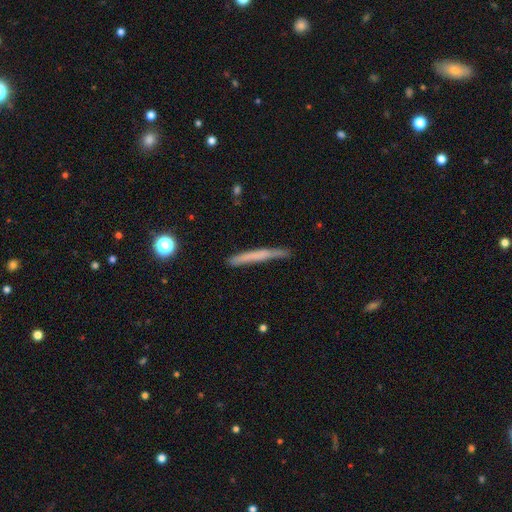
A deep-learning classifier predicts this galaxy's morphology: Q: Smooth or featured?
A: smooth (57%); runner-up: featured or disk (36%)
Q: How rounded?
A: cigar-shaped (96%); runner-up: in between (2%)
Q: Merging?
A: none (82%); runner-up: minor disturbance (14%)